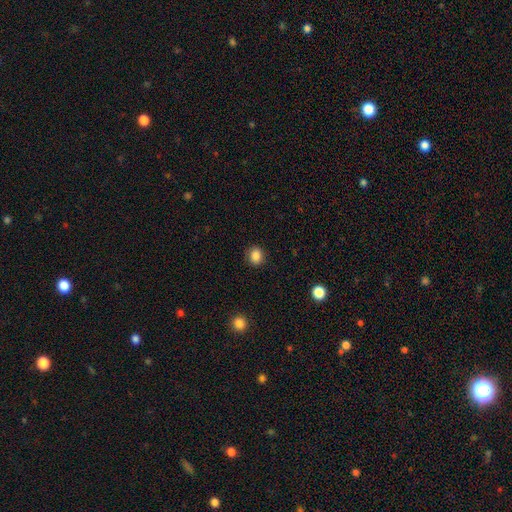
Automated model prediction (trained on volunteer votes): smooth_or_featured: smooth (p=0.87) [alt: star or artifact p=0.10]
how_rounded: round (p=0.69) [alt: in between p=0.30]
merging: none (p=0.88) [alt: minor disturbance p=0.08]